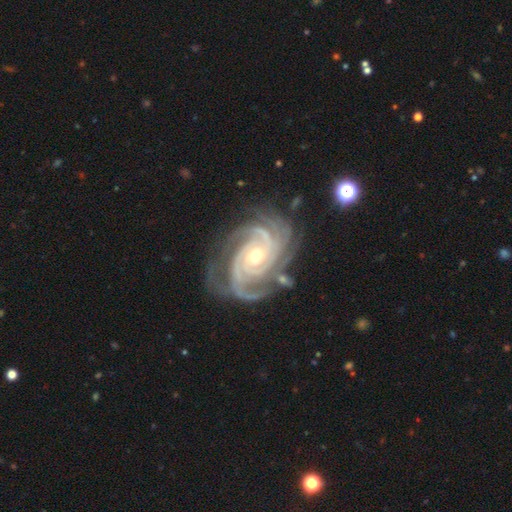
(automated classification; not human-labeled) This is clearly a featured or disk galaxy (93%). It is clearly not viewed edge-on (98%). Bar: likely no (64%). Spiral arm pattern: clearly yes (99%). Spiral arm count: marginally 3 (31%, tied with 4). Spiral winding: likely tight (74%). Central bulge: possibly moderate (50%). Merging: likely none (73%).